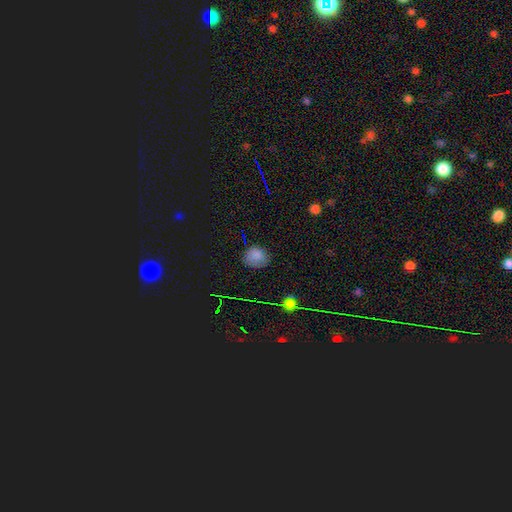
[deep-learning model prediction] Smooth or featured?
  - smooth: 78% *
  - star or artifact: 16%
  - featured or disk: 6%
How rounded?
  - round: 68% *
  - in between: 31%
  - cigar-shaped: 1%
Merging?
  - none: 71% *
  - minor disturbance: 22%
  - major disturbance: 5%
  - merger: 2%